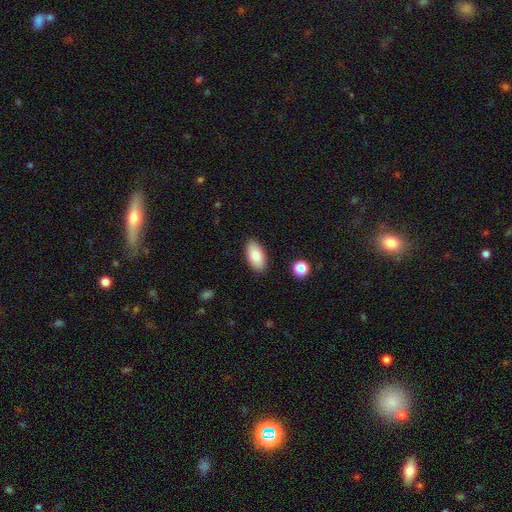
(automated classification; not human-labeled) The model was most divided on "smooth or featured": smooth: 85%, featured or disk: 8%, star or artifact: 7%. More confident: how rounded — in between (94%); merging — none (88%).